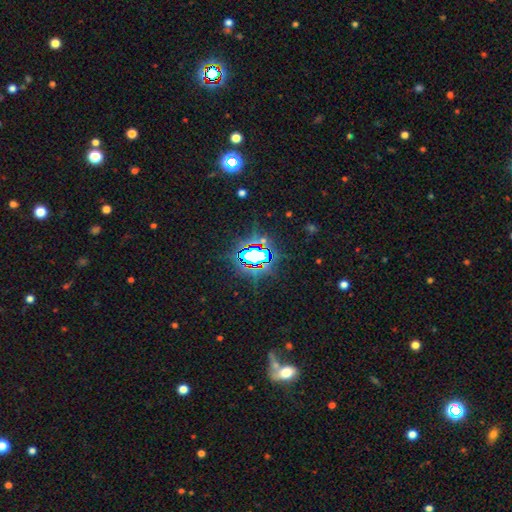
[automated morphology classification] type=star or artifact (76%).